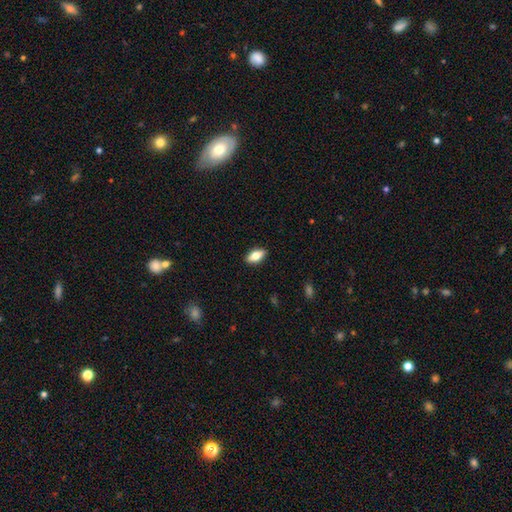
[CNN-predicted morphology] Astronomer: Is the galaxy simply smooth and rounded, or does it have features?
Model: smooth — 71%.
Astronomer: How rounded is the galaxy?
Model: in between — 85%.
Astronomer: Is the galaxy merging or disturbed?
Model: none — 89%.